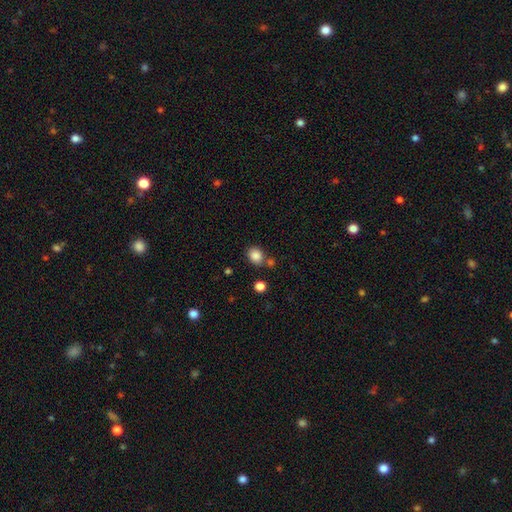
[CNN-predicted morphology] A smooth galaxy with no disk features (86%) that is round (58%). Merging: none (72%).